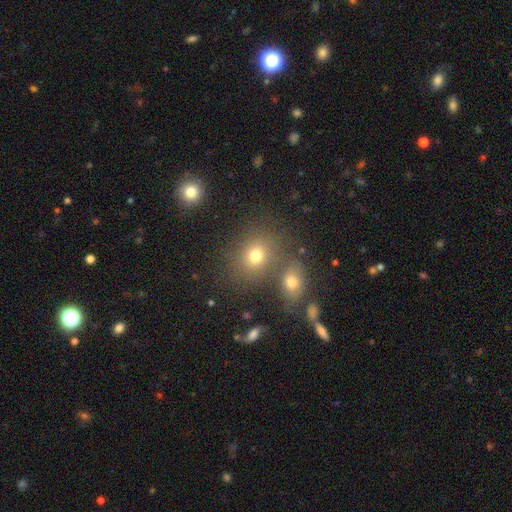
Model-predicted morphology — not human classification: smooth_or_featured: smooth (p=0.71) [alt: star or artifact p=0.17]
how_rounded: round (p=0.58) [alt: in between p=0.41]
merging: none (p=0.62) [alt: merger p=0.24]